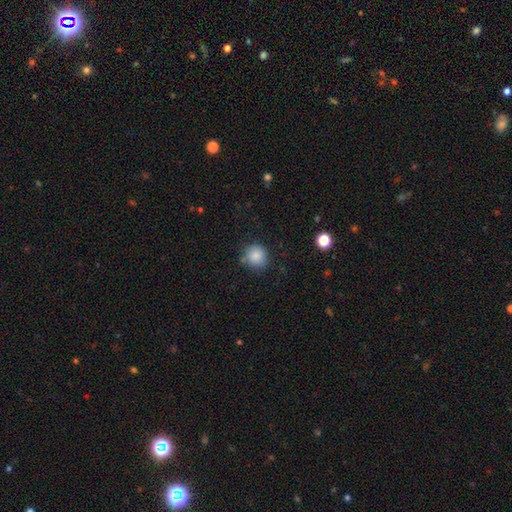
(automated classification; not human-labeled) Q: Smooth or featured?
A: smooth (86%); runner-up: star or artifact (10%)
Q: How rounded?
A: round (92%); runner-up: in between (7%)
Q: Merging?
A: none (81%); runner-up: minor disturbance (12%)